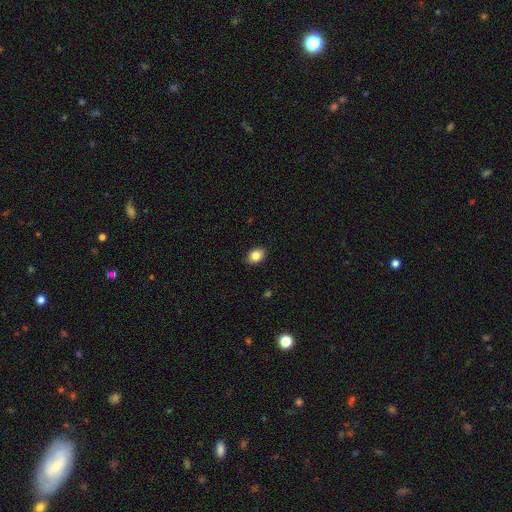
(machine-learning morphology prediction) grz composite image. It shows a smooth galaxy with no disk features (84%) that is in between round and cigar-shaped (70%). Merging: none (90%).